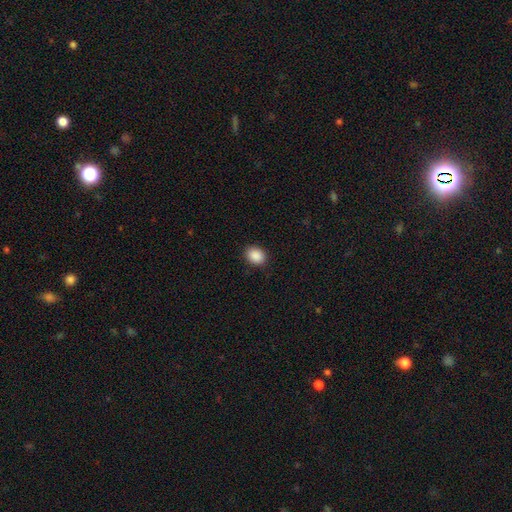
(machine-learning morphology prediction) A smooth galaxy with no disk features (89%) that is in between round and cigar-shaped (57%).

Vote fractions:
- Smooth or featured? smooth: 89% / star or artifact: 8% / featured or disk: 3%
- How rounded? in between: 57% / round: 42% / cigar-shaped: 1%
- Merging? none: 88% / minor disturbance: 9% / major disturbance: 2% / merger: 1%